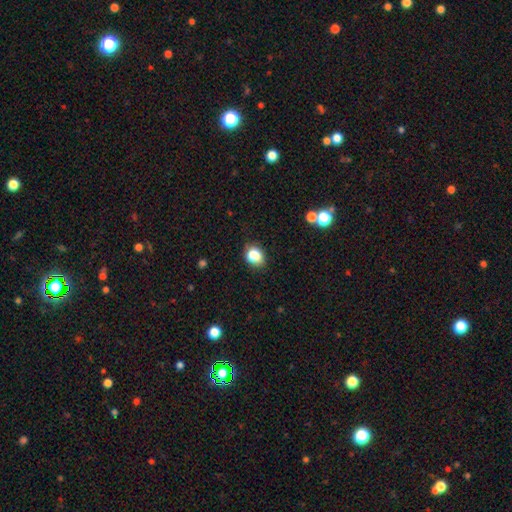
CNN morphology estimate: This appears to be a smooth galaxy with no disk features (83%) that is round (52%). Merging: none (78%).